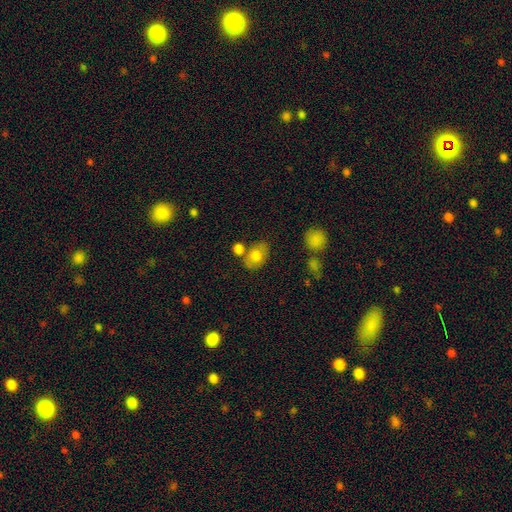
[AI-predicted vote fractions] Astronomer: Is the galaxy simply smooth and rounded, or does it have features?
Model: smooth — 77%.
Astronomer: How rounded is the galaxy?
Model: in between — 75%.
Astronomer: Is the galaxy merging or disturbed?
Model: none — 61%.